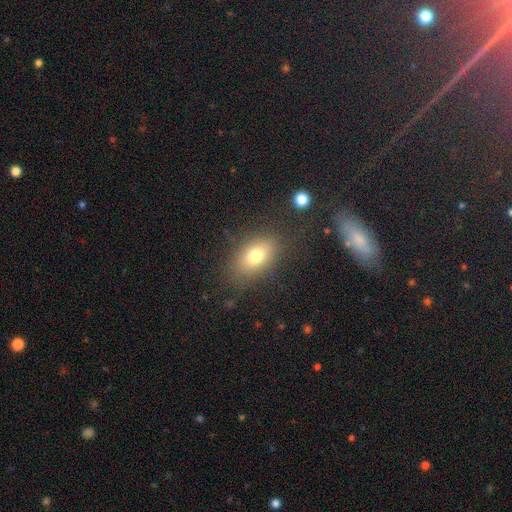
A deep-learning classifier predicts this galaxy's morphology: Q: Smooth or featured?
A: smooth (75%); runner-up: featured or disk (14%)
Q: How rounded?
A: in between (83%); runner-up: round (15%)
Q: Merging?
A: none (81%); runner-up: minor disturbance (12%)